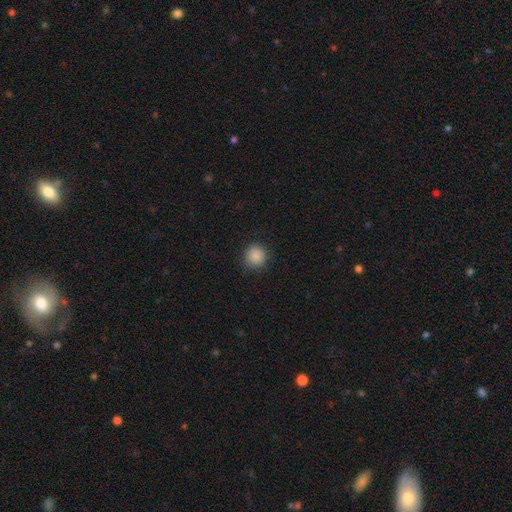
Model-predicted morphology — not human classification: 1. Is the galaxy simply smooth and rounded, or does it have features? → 88% smooth, 9% star or artifact, 3% featured or disk.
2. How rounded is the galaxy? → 93% round, 6% in between, 1% cigar-shaped.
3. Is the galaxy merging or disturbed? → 89% none, 7% minor disturbance, 2% major disturbance, 1% merger.